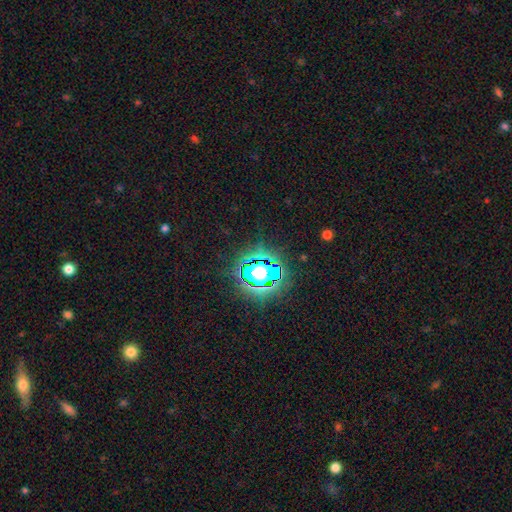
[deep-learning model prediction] Smooth or featured: star or artifact — 82% (smooth — 11%)